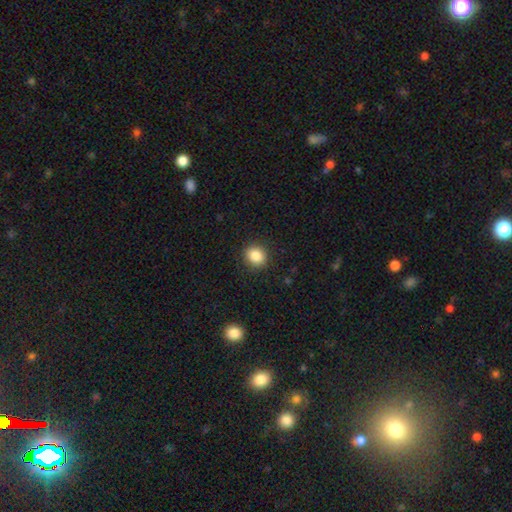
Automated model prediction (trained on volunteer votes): A smooth galaxy with no disk features (86%) that is round (77%).

Vote fractions:
- Smooth or featured? smooth: 86% / star or artifact: 10% / featured or disk: 4%
- How rounded? round: 77% / in between: 22% / cigar-shaped: 1%
- Merging? none: 90% / minor disturbance: 7% / major disturbance: 2% / merger: 1%